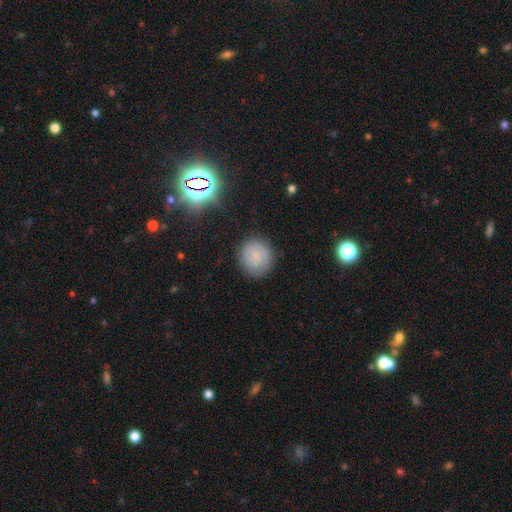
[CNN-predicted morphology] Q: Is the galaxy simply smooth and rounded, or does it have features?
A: smooth — 74%.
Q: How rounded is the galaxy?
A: round — 88%.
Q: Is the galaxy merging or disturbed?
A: none — 86%.